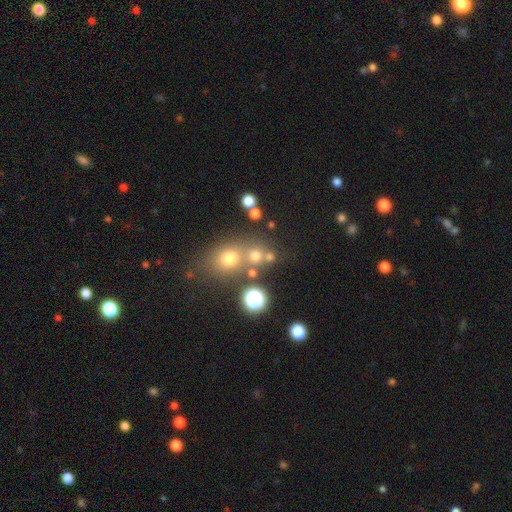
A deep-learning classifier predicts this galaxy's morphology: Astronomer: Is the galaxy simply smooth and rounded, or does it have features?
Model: smooth — 66%.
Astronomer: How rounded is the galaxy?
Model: round — 82%.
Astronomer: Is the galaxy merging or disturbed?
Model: none — 57%.